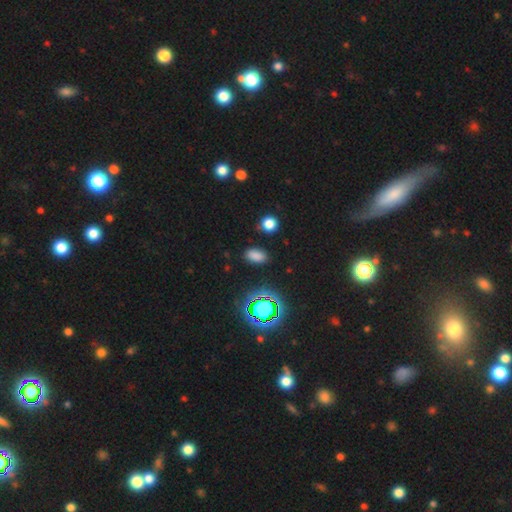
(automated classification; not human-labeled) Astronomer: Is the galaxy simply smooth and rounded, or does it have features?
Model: smooth — 76%.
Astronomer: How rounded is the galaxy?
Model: in between — 90%.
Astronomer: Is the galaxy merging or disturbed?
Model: none — 85%.